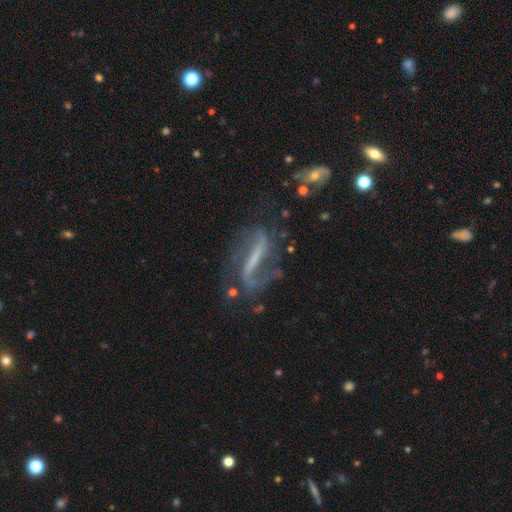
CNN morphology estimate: smooth-or-featured: featured or disk: 81% | smooth: 10% | star or artifact: 9%
  disk-edge-on: no: 83% | yes: 17%
    bar: strong: 66% | weak: 23% | no: 11%
    has-spiral-arms: yes: 89% | no: 11%
      spiral-winding: loose: 59% | medium: 29% | tight: 12%
      spiral-arm-count: 2: 84% | can't tell: 7% | 1: 6% | 3: 1% | 4: 1% | more than 4: 1%
    bulge-size: none: 49% | small: 34% | moderate: 13% | large: 3% | dominant: 1%
  merging: none: 64% | minor disturbance: 18% | major disturbance: 13% | merger: 4%